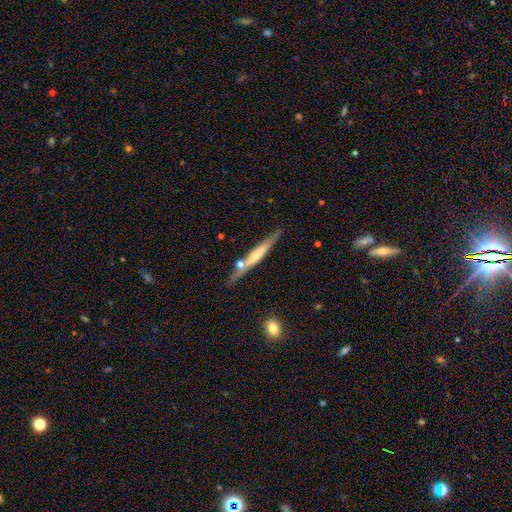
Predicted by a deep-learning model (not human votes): smooth-or-featured: featured or disk: 57% | smooth: 37% | star or artifact: 6%
  disk-edge-on: yes: 94% | no: 6%
    edge-on-bulge: rounded: 62% | none: 28% | boxy: 10%
  merging: none: 74% | minor disturbance: 12% | merger: 10% | major disturbance: 3%